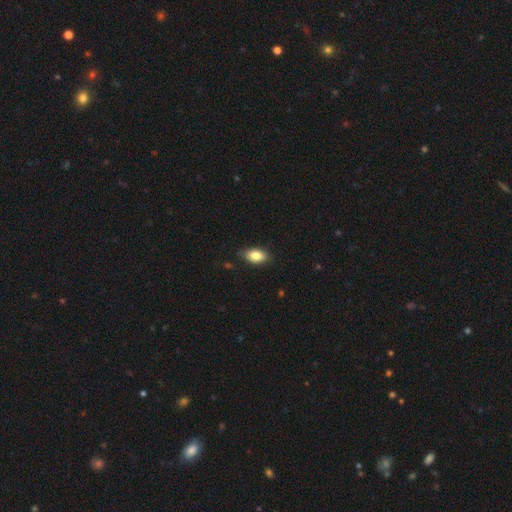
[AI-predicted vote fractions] Morphology: type=smooth (82%); roundness=in between (90%); merging=none (79%).